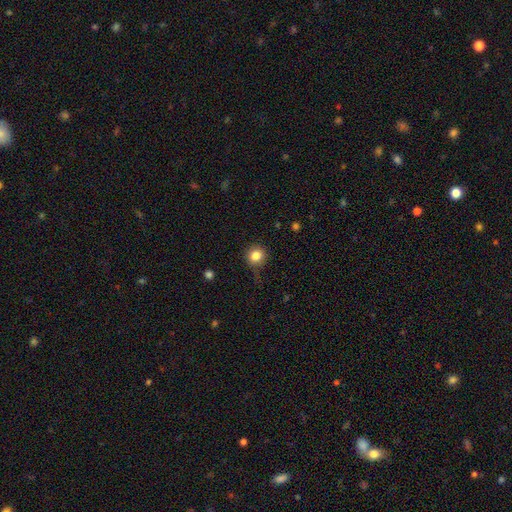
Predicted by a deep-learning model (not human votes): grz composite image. It shows a smooth galaxy with no disk features (83%) that is round (91%). Merging: none (77%).